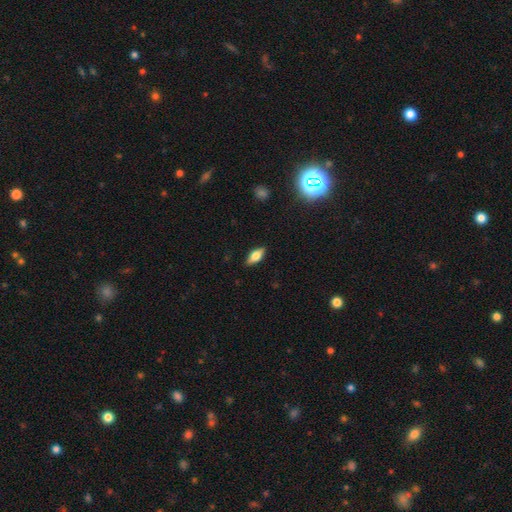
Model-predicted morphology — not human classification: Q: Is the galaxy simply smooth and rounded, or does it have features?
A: smooth — 64%.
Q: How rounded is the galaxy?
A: in between — 79%.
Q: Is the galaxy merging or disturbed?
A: none — 87%.